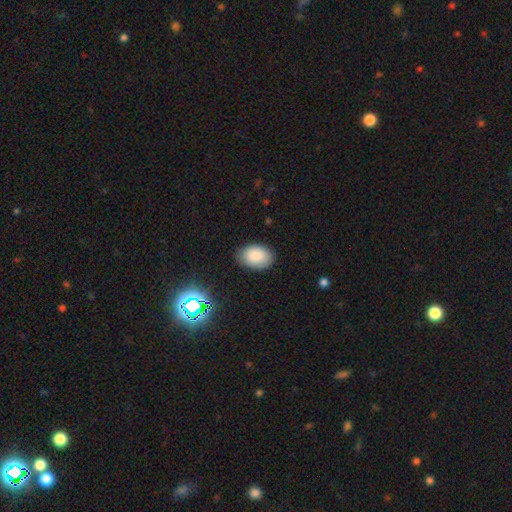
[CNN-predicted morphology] Smooth or featured: smooth — 84% (star or artifact — 9%)
How rounded: in between — 86% (round — 13%)
Merging: none — 83% (minor disturbance — 13%)